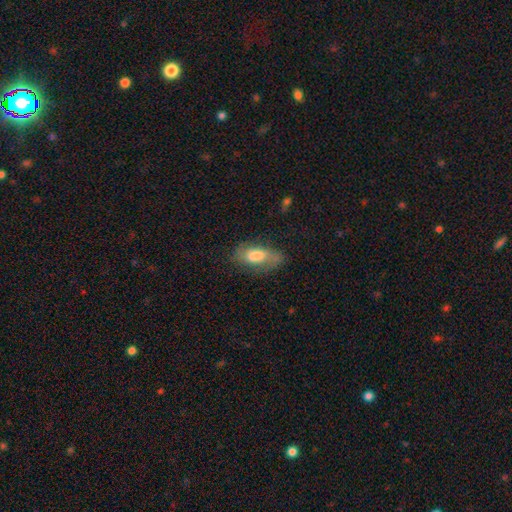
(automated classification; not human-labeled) This is likely a smooth galaxy (61%). How rounded: clearly in between (85%). Merging: possibly none (57%).